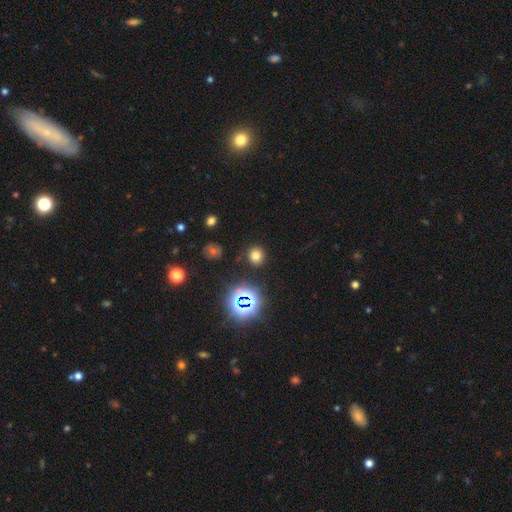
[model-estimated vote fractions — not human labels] The model was most divided on "smooth or featured": smooth: 70%, star or artifact: 23%, featured or disk: 7%. More confident: merging — none (88%); how rounded — round (86%).